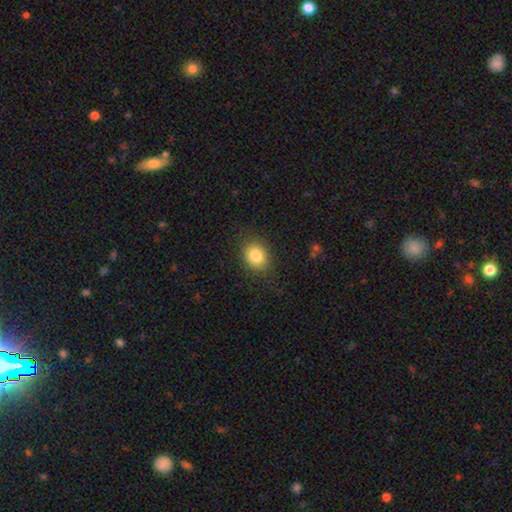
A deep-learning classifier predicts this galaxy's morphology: Q: Smooth or featured?
A: smooth (83%); runner-up: star or artifact (9%)
Q: How rounded?
A: in between (54%); runner-up: round (45%)
Q: Merging?
A: none (85%); runner-up: minor disturbance (11%)